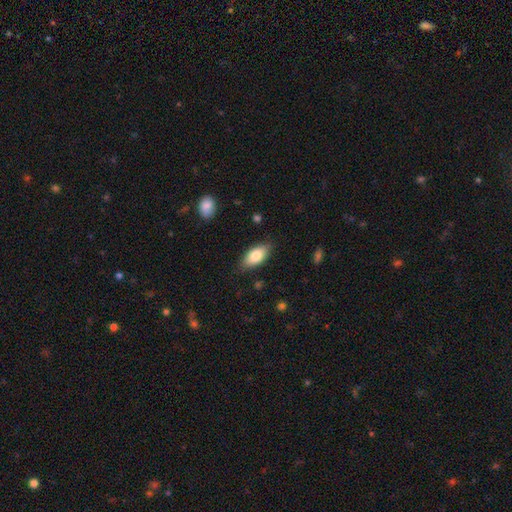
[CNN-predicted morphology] smooth_or_featured: smooth (p=0.80) [alt: featured or disk p=0.13]
how_rounded: in between (p=0.90) [alt: cigar-shaped p=0.08]
merging: none (p=0.82) [alt: minor disturbance p=0.14]